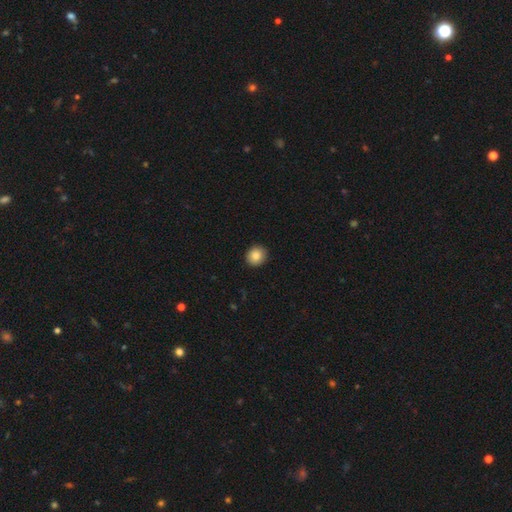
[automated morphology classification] A smooth galaxy with no disk features (86%) that is round (85%).

Vote fractions:
- Smooth or featured? smooth: 86% / star or artifact: 8% / featured or disk: 6%
- How rounded? round: 85% / in between: 14% / cigar-shaped: 1%
- Merging? none: 91% / minor disturbance: 7% / major disturbance: 2% / merger: 1%